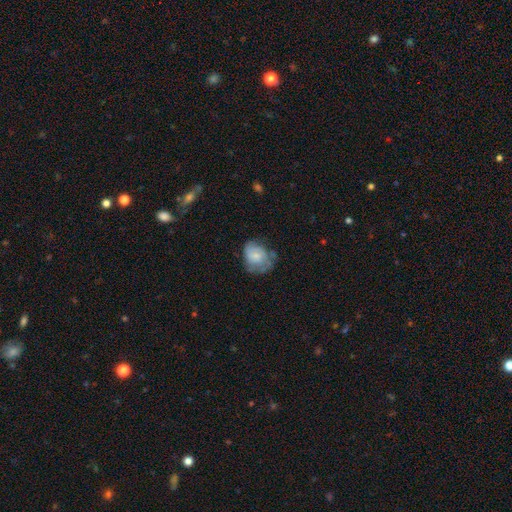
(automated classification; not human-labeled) Smooth or featured? smooth (56%)
How rounded? in between (54%)
Merging? none (45%)